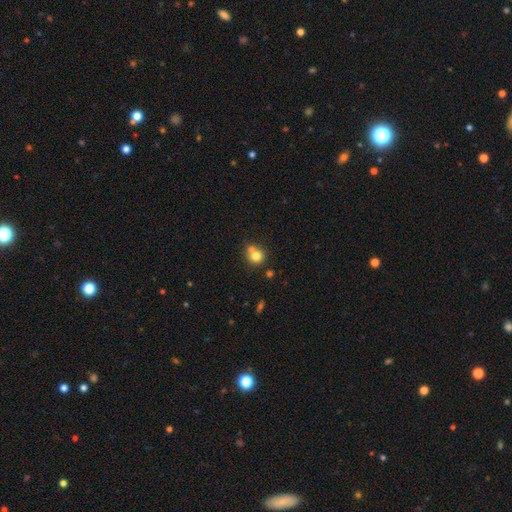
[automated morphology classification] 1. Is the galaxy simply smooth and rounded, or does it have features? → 78% smooth, 11% featured or disk, 11% star or artifact.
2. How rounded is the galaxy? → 84% round, 15% in between, 1% cigar-shaped.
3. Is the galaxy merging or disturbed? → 47% none, 37% merger, 11% minor disturbance, 4% major disturbance.